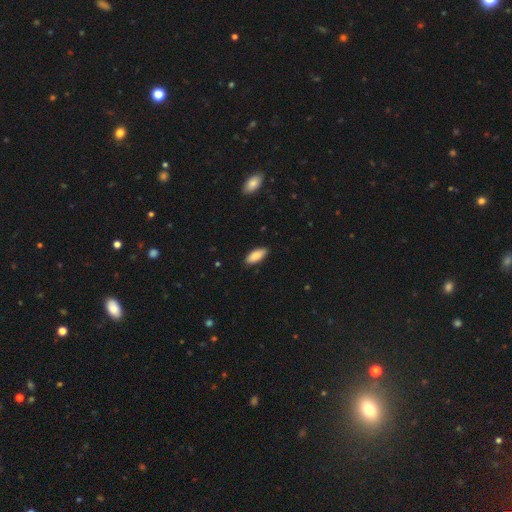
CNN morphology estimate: Smooth or featured? Predicted: smooth (p=0.87). How rounded? Predicted: in between (p=0.82). Merging? Predicted: none (p=0.87).